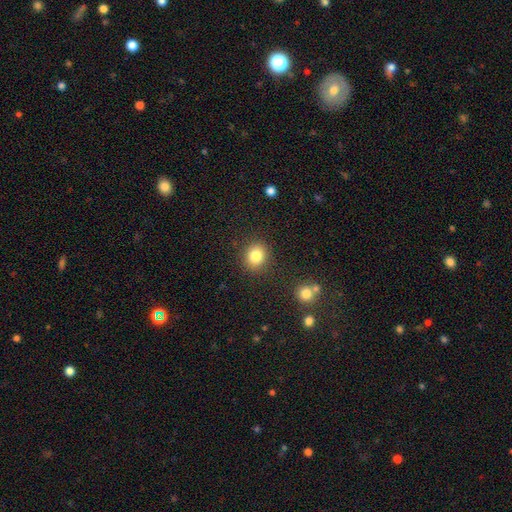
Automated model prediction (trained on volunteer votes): Smooth or featured? smooth (83%)
How rounded? round (77%)
Merging? none (88%)